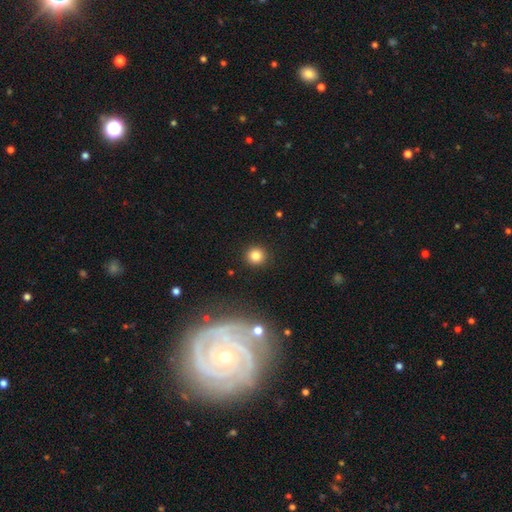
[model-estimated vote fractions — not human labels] A smooth galaxy with no disk features (82%) that is round (92%). Merging: none (92%).